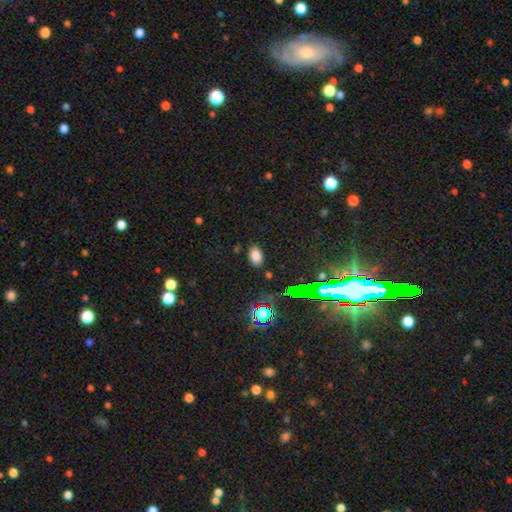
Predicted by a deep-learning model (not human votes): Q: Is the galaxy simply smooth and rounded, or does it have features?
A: smooth — 78%.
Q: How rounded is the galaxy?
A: in between — 89%.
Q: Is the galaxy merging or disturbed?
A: none — 84%.